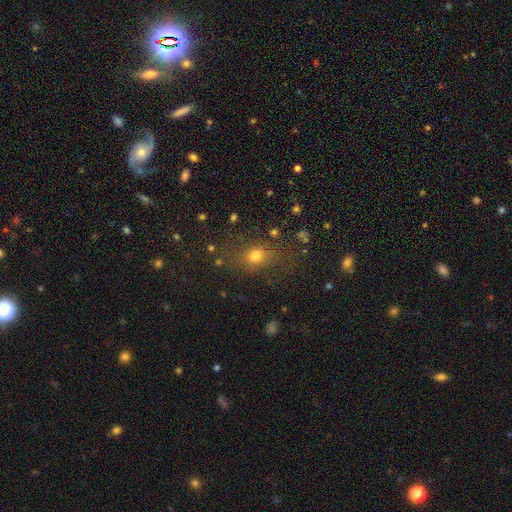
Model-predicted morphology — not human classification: smooth-or-featured: smooth: 71% | star or artifact: 18% | featured or disk: 11%
  how-rounded: round: 50% | in between: 46% | cigar-shaped: 3%
  merging: none: 74% | minor disturbance: 15% | major disturbance: 8% | merger: 4%